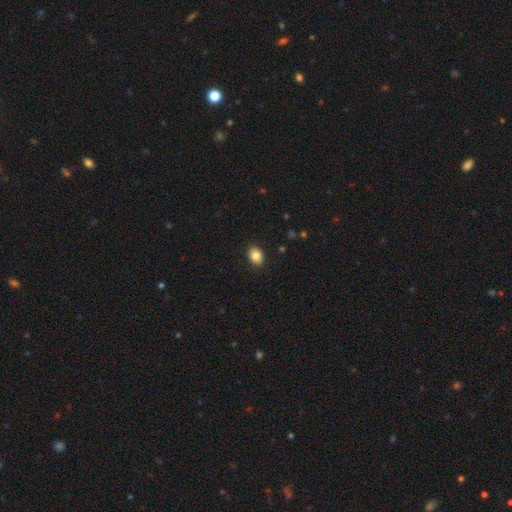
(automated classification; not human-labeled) Smooth or featured: smooth — 85% (star or artifact — 9%)
How rounded: in between — 62% (round — 37%)
Merging: none — 89% (minor disturbance — 8%)